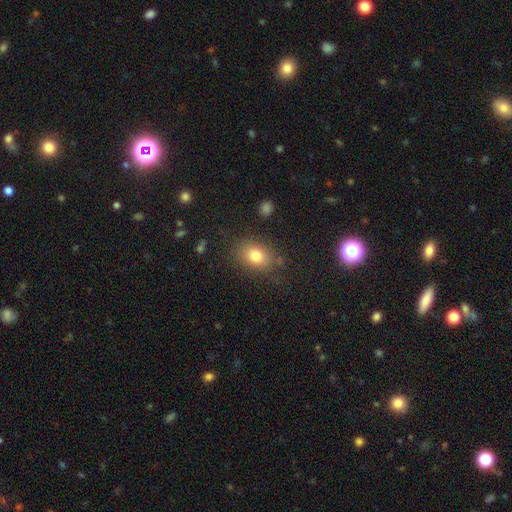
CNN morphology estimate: smooth_or_featured: smooth (p=0.79) [alt: star or artifact p=0.11]
how_rounded: in between (p=0.67) [alt: round p=0.32]
merging: none (p=0.80) [alt: minor disturbance p=0.13]